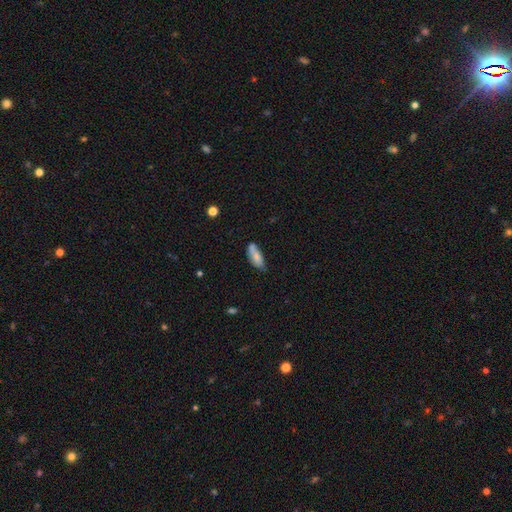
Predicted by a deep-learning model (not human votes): Overall: smooth (75%). How rounded: in between (74%). Merging: none (51%; minor disturbance 30%).